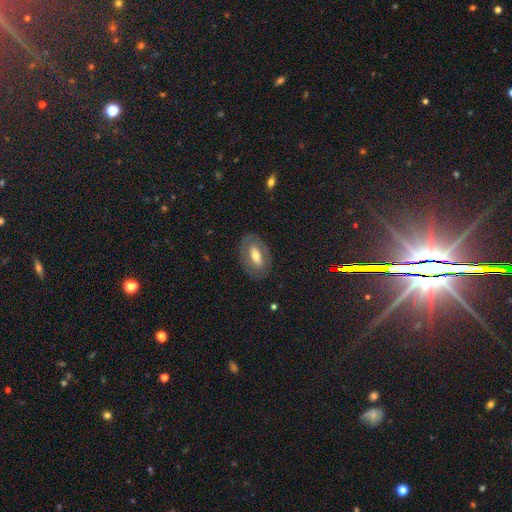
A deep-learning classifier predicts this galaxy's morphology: smooth 48%, featured or disk 45%, star or artifact 7%. Down the decision tree: merging — none (82%).